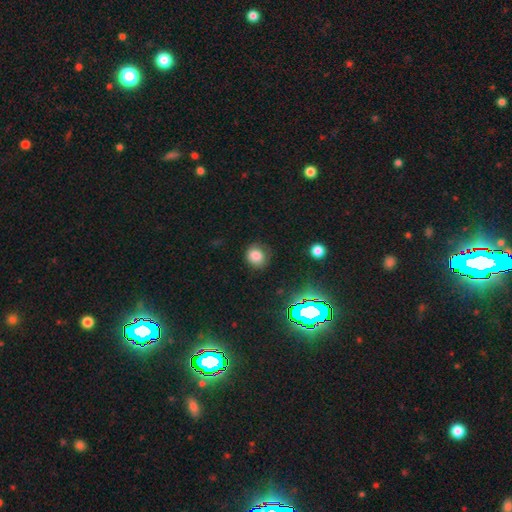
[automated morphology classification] Smooth or featured: smooth — 79% (star or artifact — 14%)
How rounded: round — 79% (in between — 20%)
Merging: none — 75% (minor disturbance — 18%)